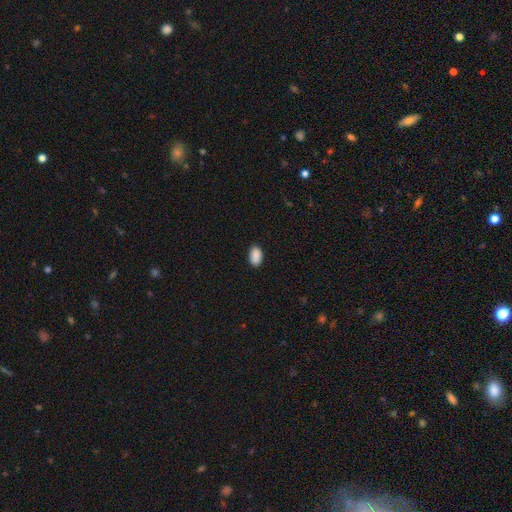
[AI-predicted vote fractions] Smooth or featured? Predicted: smooth (p=0.90). How rounded? Predicted: in between (p=0.93). Merging? Predicted: none (p=0.88).